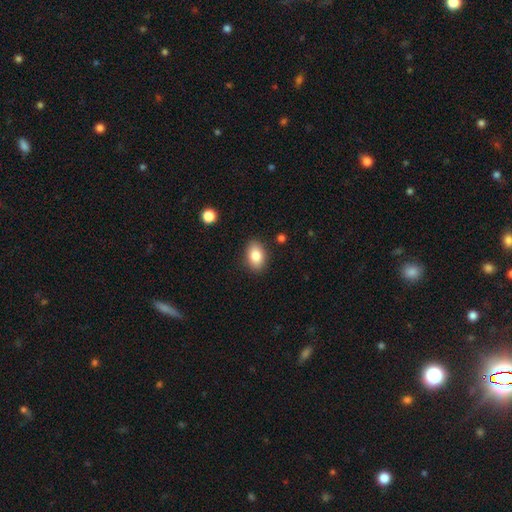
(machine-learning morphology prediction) type=smooth (84%); roundness=in between (86%); merging=none (87%).